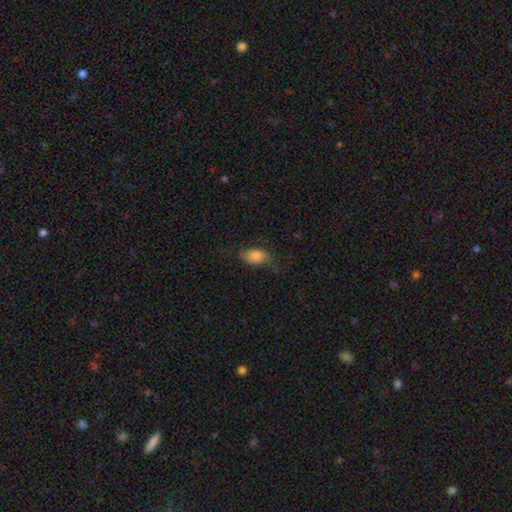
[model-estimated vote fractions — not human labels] A smooth galaxy with no disk features (81%) that is in between round and cigar-shaped (89%). Merging: none (65%).